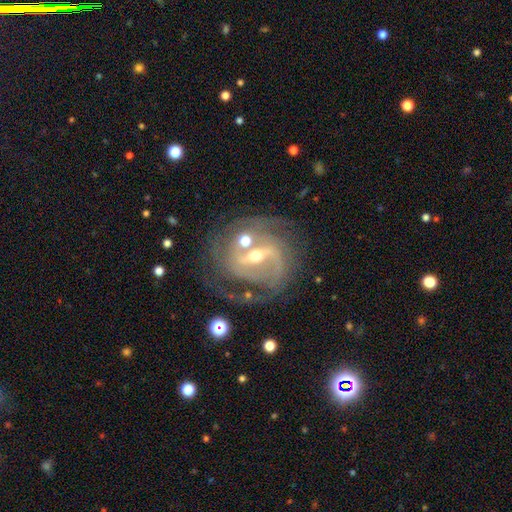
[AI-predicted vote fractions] This appears to be a featured or disk galaxy (88%) with a strong bar (52%), 2 (64%) medium (46%) spiral arms (94%) and a moderate central bulge (53%). Merging: none (58%).